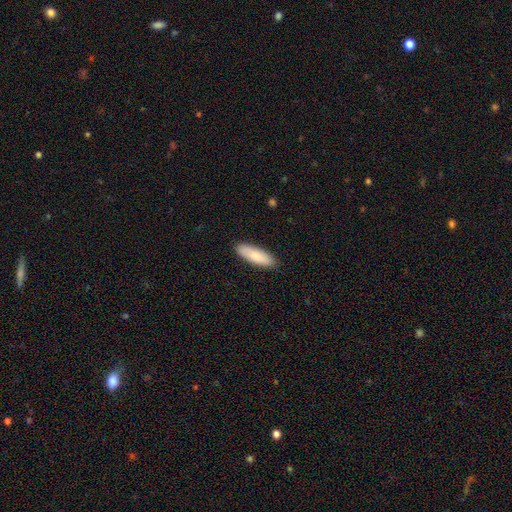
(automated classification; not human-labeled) smooth-or-featured: smooth: 84% | featured or disk: 11% | star or artifact: 5%
  how-rounded: in between: 54% | cigar-shaped: 45% | round: 2%
  merging: none: 89% | minor disturbance: 9% | major disturbance: 2% | merger: 1%